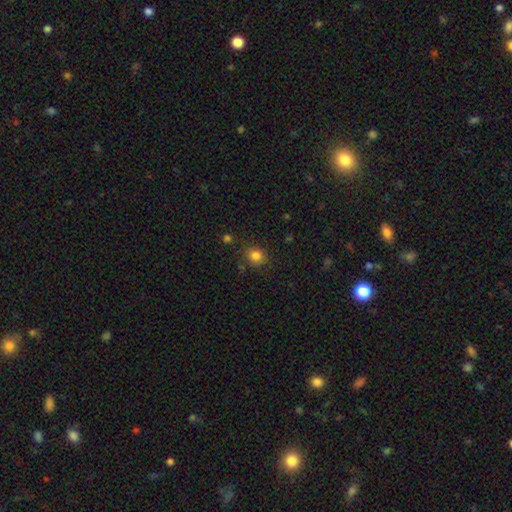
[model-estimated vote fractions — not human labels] Smooth or featured: smooth — 83% (star or artifact — 12%)
How rounded: round — 79% (in between — 20%)
Merging: none — 81% (minor disturbance — 12%)